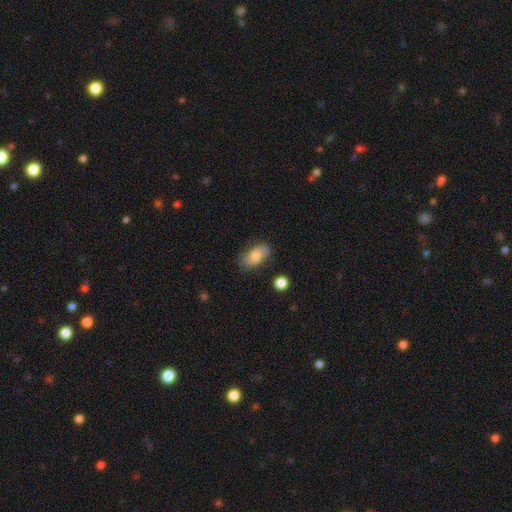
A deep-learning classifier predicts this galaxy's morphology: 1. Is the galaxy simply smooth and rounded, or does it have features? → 75% smooth, 17% featured or disk, 7% star or artifact.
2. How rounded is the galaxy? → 92% in between, 5% round, 3% cigar-shaped.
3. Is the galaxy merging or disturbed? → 75% none, 18% minor disturbance, 4% major disturbance, 2% merger.